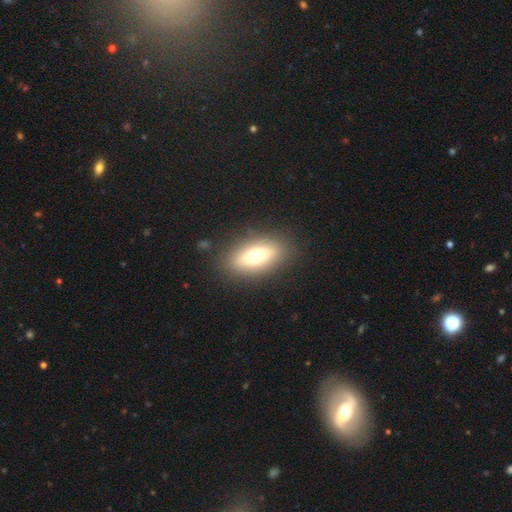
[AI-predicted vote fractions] Smooth or featured?
  - smooth: 64% *
  - featured or disk: 27%
  - star or artifact: 9%
How rounded?
  - in between: 76% *
  - cigar-shaped: 19%
  - round: 5%
Merging?
  - none: 87% *
  - minor disturbance: 9%
  - major disturbance: 3%
  - merger: 1%